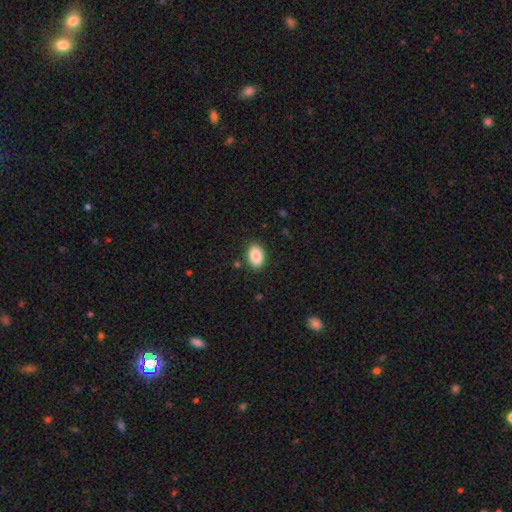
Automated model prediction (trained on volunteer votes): A smooth galaxy with no disk features (87%) that is in between round and cigar-shaped (86%). Merging: none (87%).